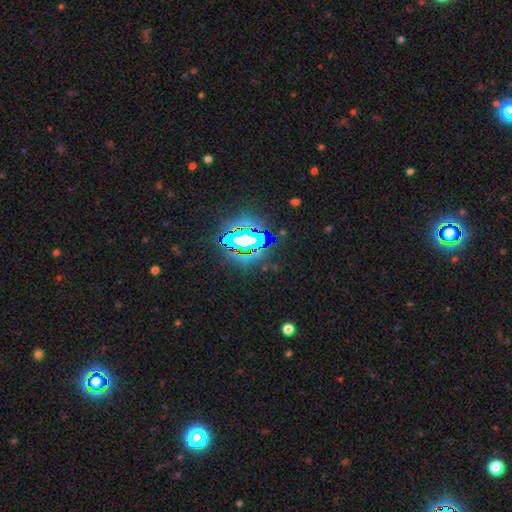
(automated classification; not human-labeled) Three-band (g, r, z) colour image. It shows a star or artifact, not a galaxy (76%).